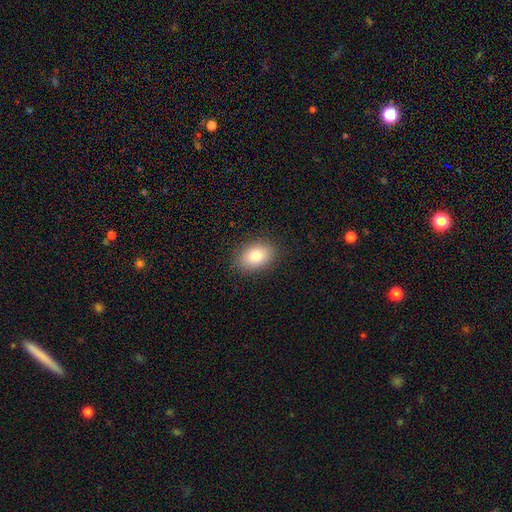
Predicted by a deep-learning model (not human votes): Smooth or featured? Predicted: smooth (p=0.81). How rounded? Predicted: in between (p=0.79). Merging? Predicted: none (p=0.88).